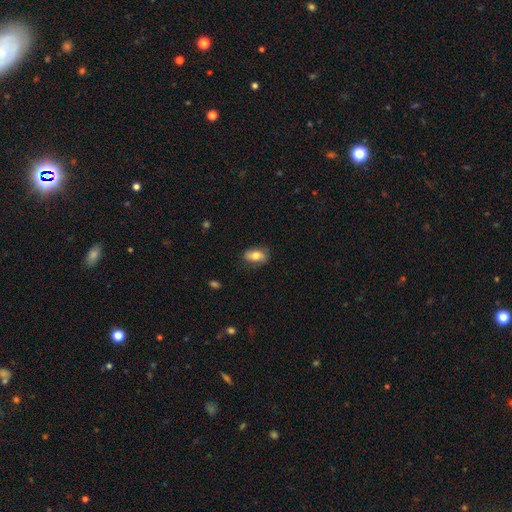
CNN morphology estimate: Smooth or featured: smooth — 70% (featured or disk — 22%)
How rounded: in between — 86% (round — 7%)
Merging: none — 77% (minor disturbance — 18%)